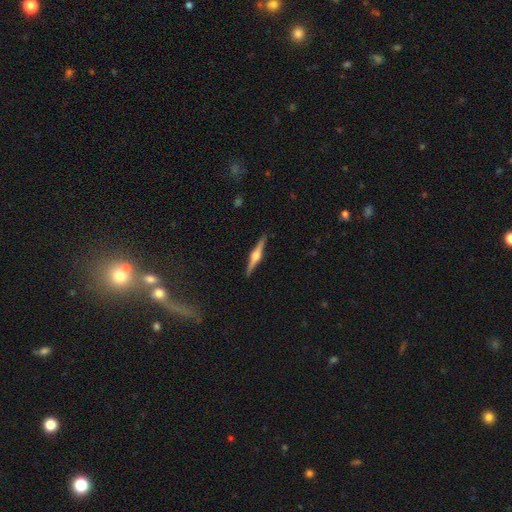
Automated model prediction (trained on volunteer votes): smooth-or-featured: featured or disk: 80% | smooth: 15% | star or artifact: 5%
  disk-edge-on: yes: 98% | no: 2%
    edge-on-bulge: rounded: 94% | boxy: 4% | none: 2%
  merging: none: 92% | minor disturbance: 6% | major disturbance: 1% | merger: 1%